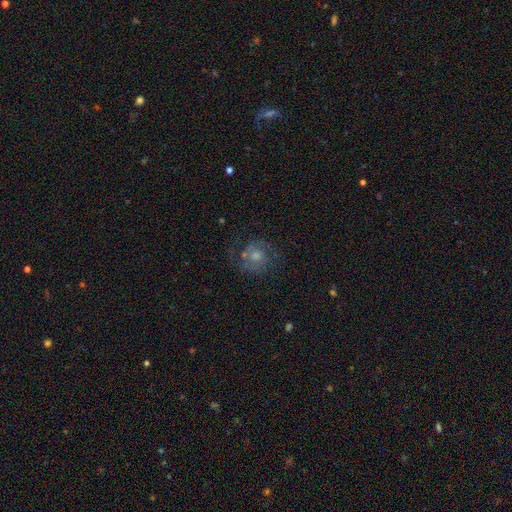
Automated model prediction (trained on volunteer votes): smooth_or_featured: featured or disk (p=0.66) [alt: smooth p=0.19]
disk_edge_on: no (p=0.97) [alt: yes p=0.03]
bar: no (p=0.72) [alt: weak p=0.24]
has_spiral_arms: yes (p=0.89) [alt: no p=0.11]
spiral_winding: medium (p=0.44) [alt: tight p=0.43]
spiral_arm_count: 2 (p=0.68) [alt: can't tell p=0.17]
bulge_size: moderate (p=0.54) [alt: small p=0.28]
merging: none (p=0.73) [alt: minor disturbance p=0.15]